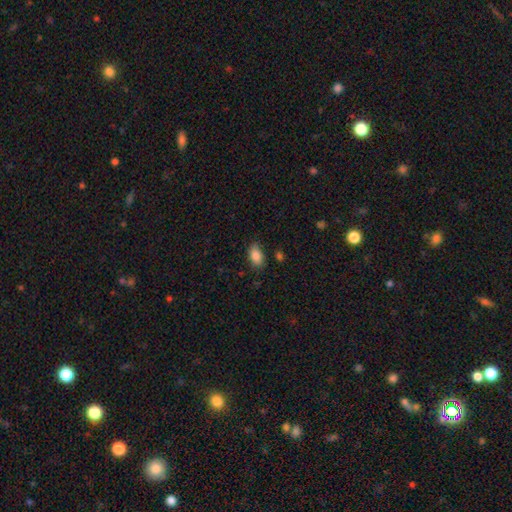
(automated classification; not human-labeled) Morphology: type=smooth (86%); roundness=in between (90%); merging=none (77%).